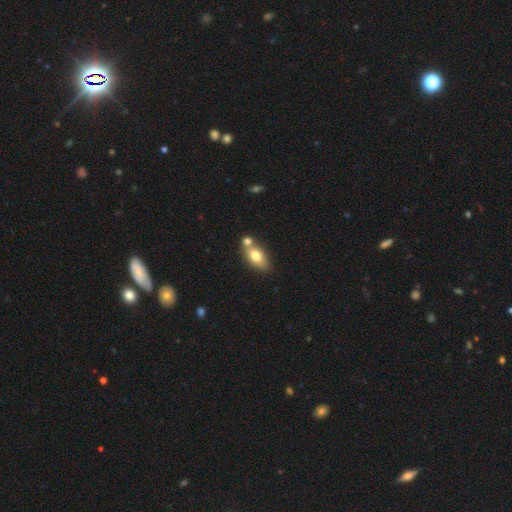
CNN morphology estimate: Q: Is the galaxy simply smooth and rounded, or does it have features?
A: smooth — 73%.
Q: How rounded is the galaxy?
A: in between — 84%.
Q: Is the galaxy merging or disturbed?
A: none — 46%.